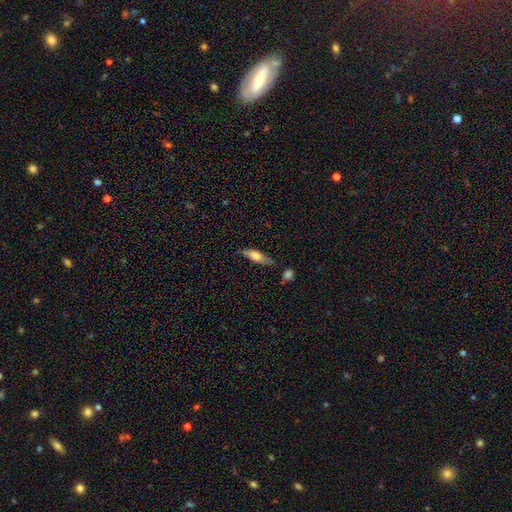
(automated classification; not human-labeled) A smooth galaxy with no disk features (64%) that is cigar-shaped (50%).

Vote fractions:
- Smooth or featured? smooth: 64% / featured or disk: 30% / star or artifact: 6%
- How rounded? cigar-shaped: 50% / in between: 48% / round: 3%
- Merging? none: 68% / minor disturbance: 22% / merger: 5% / major disturbance: 5%